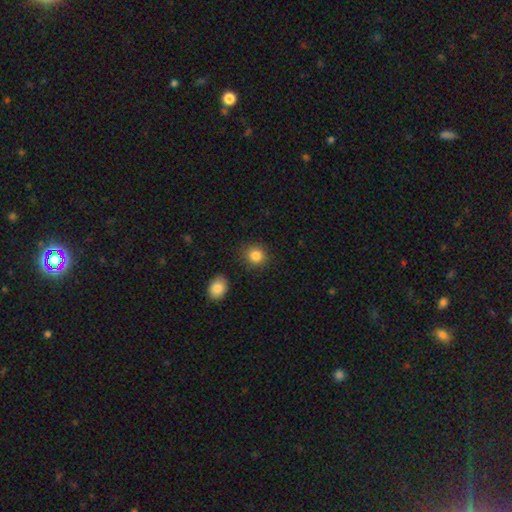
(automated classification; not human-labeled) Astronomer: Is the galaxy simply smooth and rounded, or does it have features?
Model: smooth — 86%.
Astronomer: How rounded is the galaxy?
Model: round — 85%.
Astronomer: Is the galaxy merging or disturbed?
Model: none — 87%.